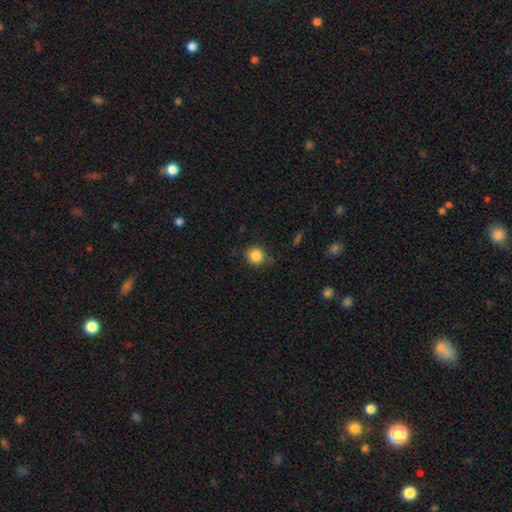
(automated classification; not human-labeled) Smooth or featured: smooth — 85% (star or artifact — 10%)
How rounded: round — 90% (in between — 10%)
Merging: none — 80% (minor disturbance — 15%)